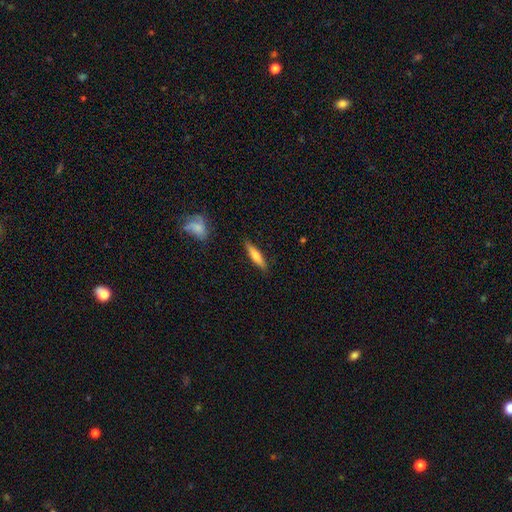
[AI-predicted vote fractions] smooth 68%, featured or disk 26%, star or artifact 6%. Down the decision tree: how rounded — cigar-shaped (76%); merging — none (85%).